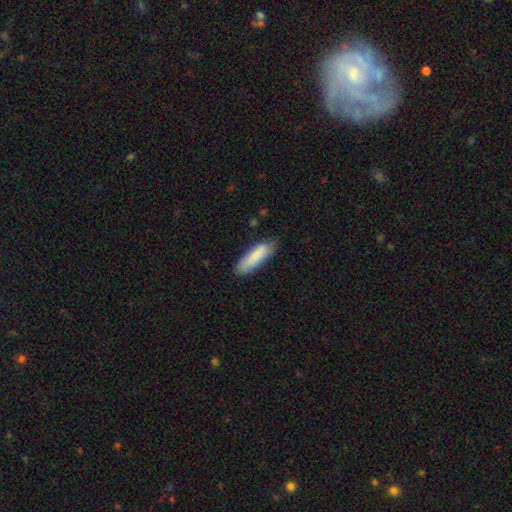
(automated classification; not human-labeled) smooth-or-featured: smooth: 83% | featured or disk: 11% | star or artifact: 6%
  how-rounded: cigar-shaped: 63% | in between: 36% | round: 1%
  merging: none: 77% | minor disturbance: 19% | major disturbance: 3% | merger: 1%